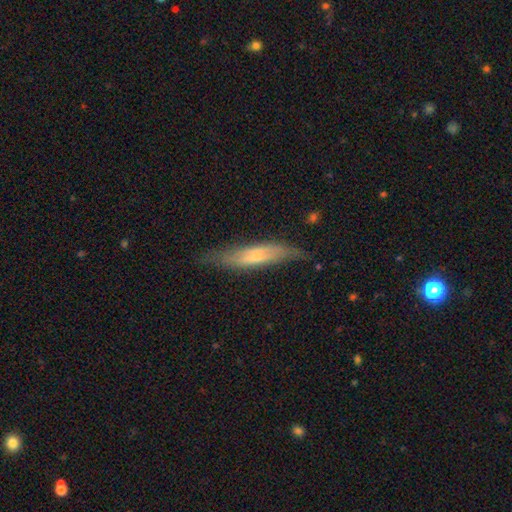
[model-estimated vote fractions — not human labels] smooth 50%, featured or disk 44%, star or artifact 6%. Down the decision tree: merging — none (70%).